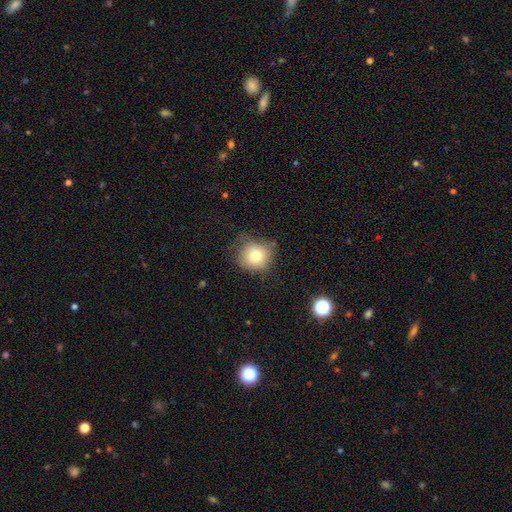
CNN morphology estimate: This appears to be a smooth galaxy with no disk features (76%) that is round (83%). Merging: none (61%).